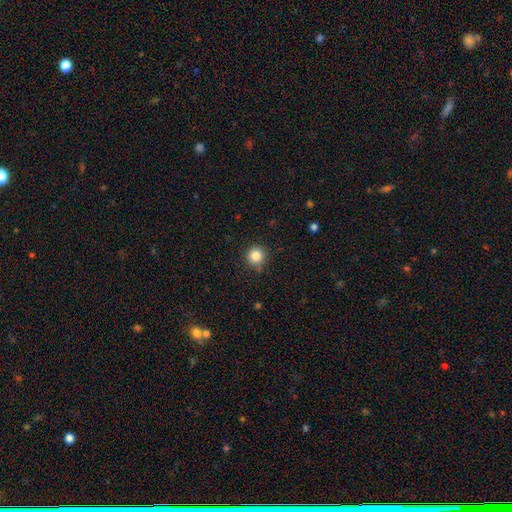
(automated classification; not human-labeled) A smooth galaxy with no disk features (85%) that is round (95%). Merging: none (88%).